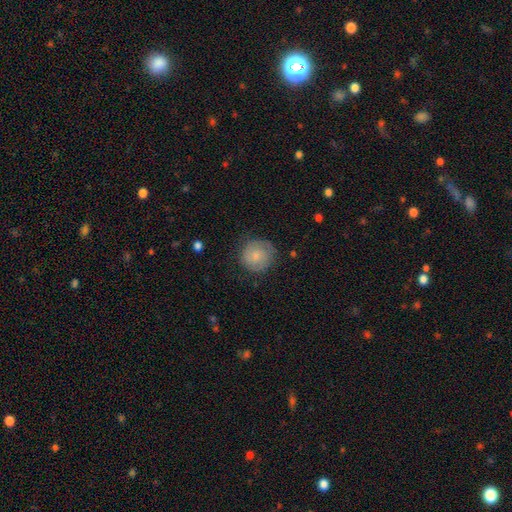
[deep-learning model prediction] This appears to be a smooth galaxy with no disk features (71%) that is round (92%). Merging: none (76%).